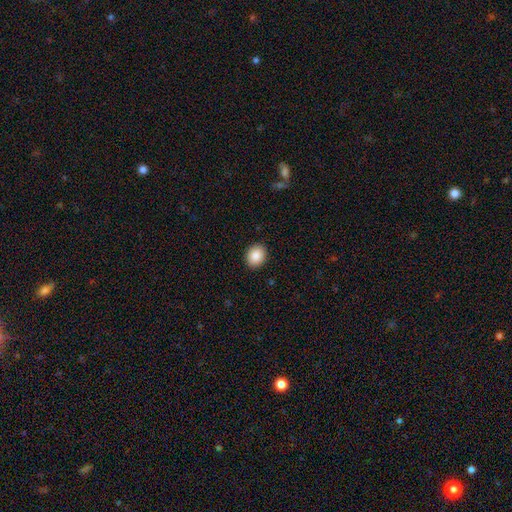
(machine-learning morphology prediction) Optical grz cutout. It shows a smooth galaxy with no disk features (88%) that is round (63%). Merging: none (91%).